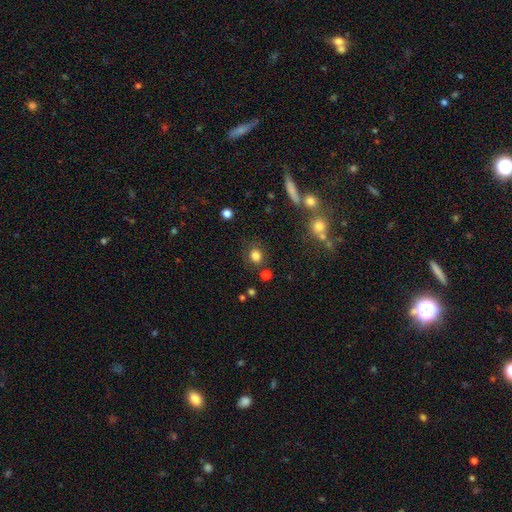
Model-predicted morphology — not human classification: smooth_or_featured: smooth (p=0.81) [alt: star or artifact p=0.13]
how_rounded: round (p=0.79) [alt: in between p=0.20]
merging: none (p=0.80) [alt: minor disturbance p=0.11]